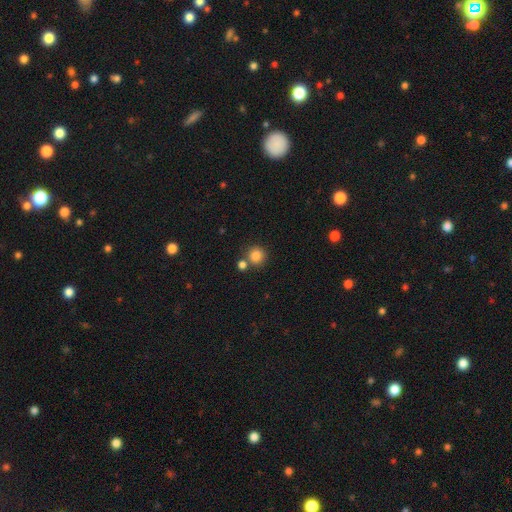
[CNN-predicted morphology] A smooth galaxy with no disk features (84%) that is round (92%).

Vote fractions:
- Smooth or featured? smooth: 84% / star or artifact: 11% / featured or disk: 5%
- How rounded? round: 92% / in between: 7% / cigar-shaped: 1%
- Merging? none: 69% / merger: 19% / minor disturbance: 8% / major disturbance: 3%